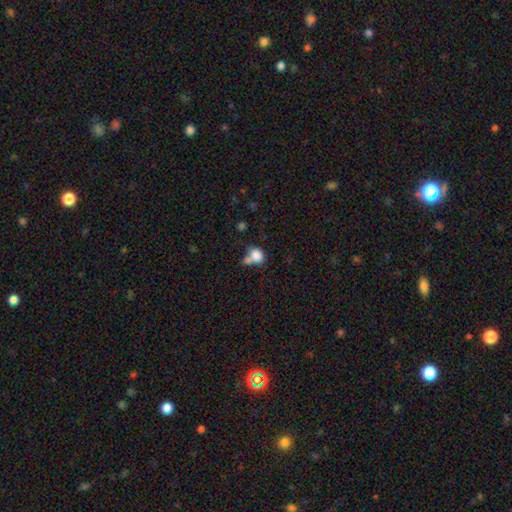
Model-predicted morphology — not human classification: smooth_or_featured: smooth (p=0.80) [alt: star or artifact p=0.10]
how_rounded: in between (p=0.55) [alt: round p=0.44]
merging: merger (p=0.45) [alt: none p=0.30]